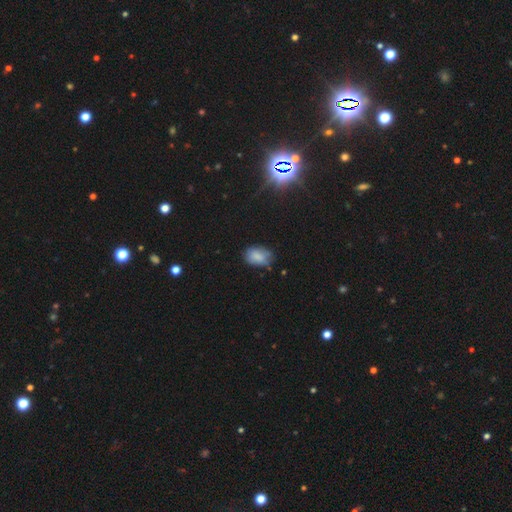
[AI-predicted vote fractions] A smooth galaxy with no disk features (78%) that is in between round and cigar-shaped (85%).

Vote fractions:
- Smooth or featured? smooth: 78% / featured or disk: 12% / star or artifact: 10%
- How rounded? in between: 85% / round: 14% / cigar-shaped: 1%
- Merging? none: 57% / minor disturbance: 33% / major disturbance: 8% / merger: 3%